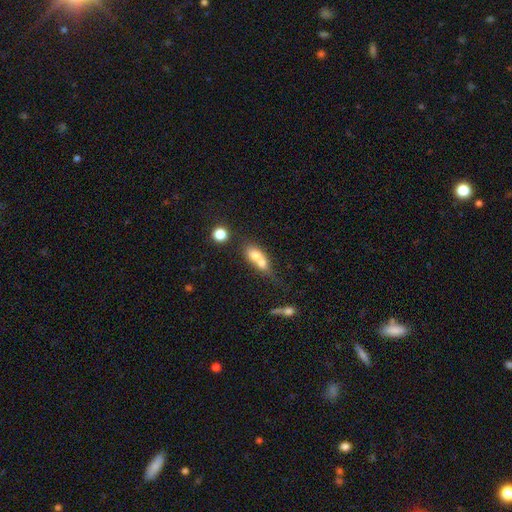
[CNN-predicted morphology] A smooth galaxy with no disk features (66%) that is in between round and cigar-shaped (57%).

Vote fractions:
- Smooth or featured? smooth: 66% / featured or disk: 24% / star or artifact: 10%
- How rounded? in between: 57% / round: 33% / cigar-shaped: 10%
- Merging? merger: 71% / none: 18% / minor disturbance: 6% / major disturbance: 4%